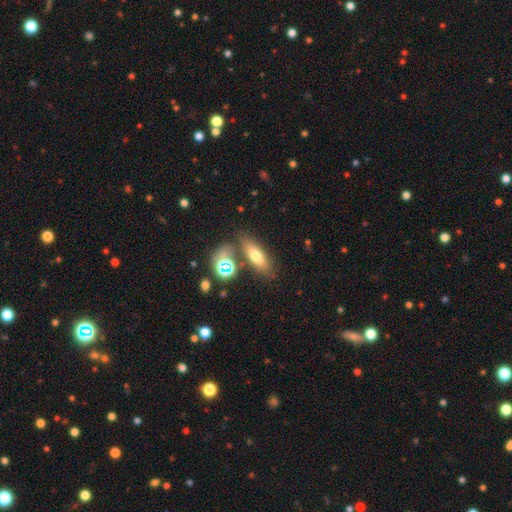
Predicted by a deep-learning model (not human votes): This is likely a smooth galaxy (65%). How rounded: likely in between (61%). Merging: likely none (70%).